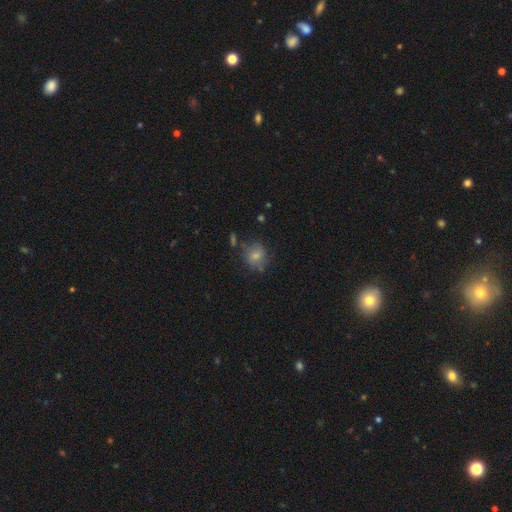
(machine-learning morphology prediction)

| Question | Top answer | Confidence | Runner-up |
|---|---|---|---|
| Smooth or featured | smooth | 73% | featured or disk (17%) |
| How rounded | round | 72% | in between (27%) |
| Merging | none | 63% | minor disturbance (23%) |